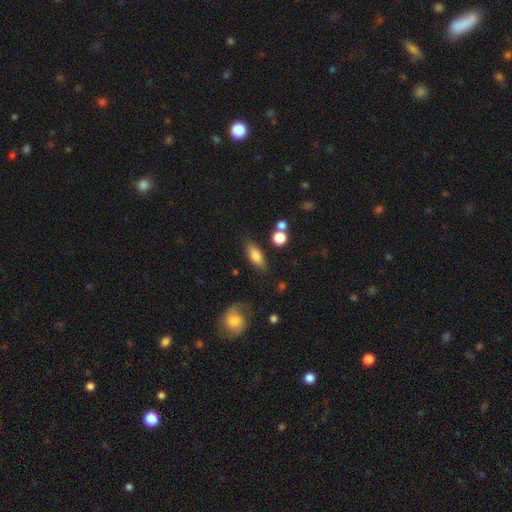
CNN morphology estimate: smooth 75%, featured or disk 18%, star or artifact 7%. Down the decision tree: how rounded — in between (74%); merging — none (75%).